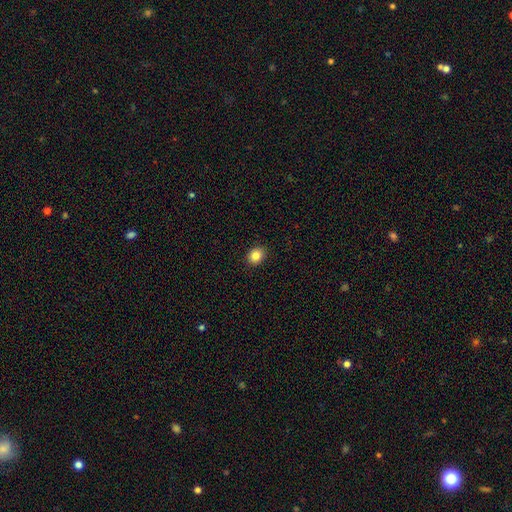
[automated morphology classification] Overall: smooth (84%). How rounded: round (59%; in between 40%). Merging: none (91%).